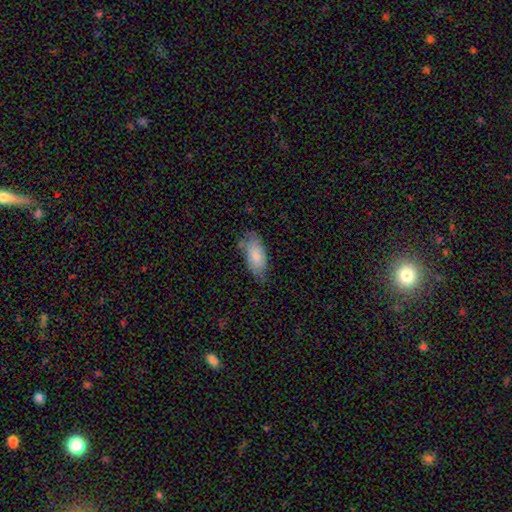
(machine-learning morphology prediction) smooth_or_featured: smooth (p=0.80) [alt: featured or disk p=0.14]
how_rounded: in between (p=0.88) [alt: cigar-shaped p=0.09]
merging: none (p=0.61) [alt: minor disturbance p=0.29]